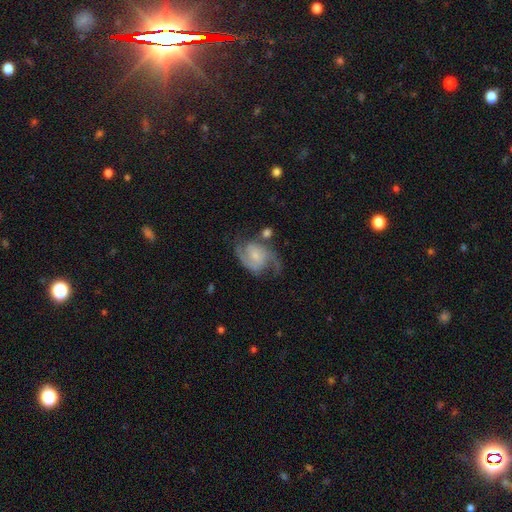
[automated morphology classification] Smooth or featured? Predicted: featured or disk (p=0.86). Edge-on disk? Predicted: no (p=0.98). Bar? Predicted: no (p=0.52). Spiral arms? Predicted: yes (p=0.97). Spiral winding? Predicted: medium (p=0.53). Spiral arm count? Predicted: 2 (p=0.89). Bulge size? Predicted: small (p=0.62). Merging? Predicted: none (p=0.63).